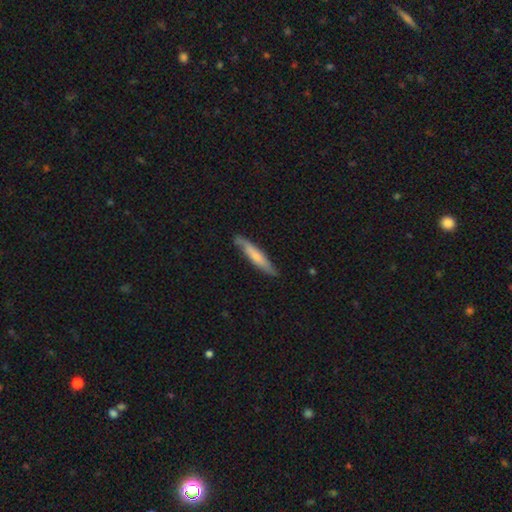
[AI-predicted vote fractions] Q: Smooth or featured?
A: smooth (57%); runner-up: featured or disk (38%)
Q: How rounded?
A: cigar-shaped (89%); runner-up: in between (10%)
Q: Merging?
A: none (78%); runner-up: minor disturbance (17%)